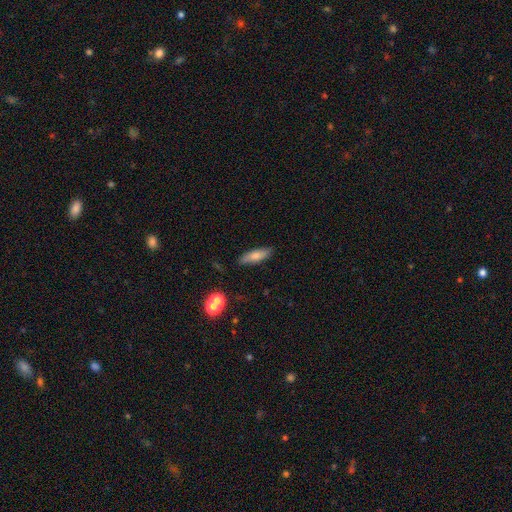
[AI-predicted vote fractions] smooth_or_featured: smooth (p=0.73) [alt: featured or disk p=0.19]
how_rounded: cigar-shaped (p=0.53) [alt: in between p=0.45]
merging: none (p=0.82) [alt: minor disturbance p=0.13]